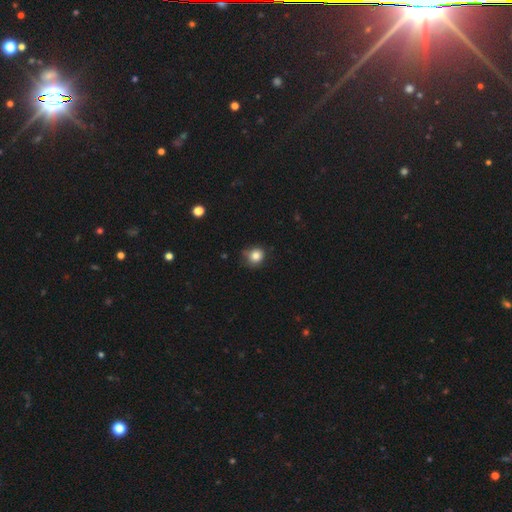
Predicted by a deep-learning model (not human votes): Smooth or featured? smooth (82%)
How rounded? round (82%)
Merging? none (68%)